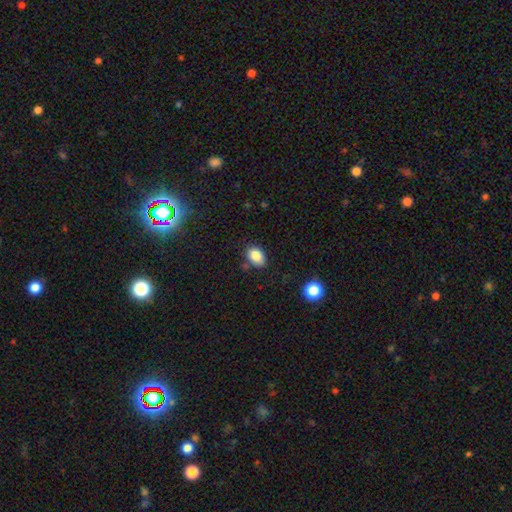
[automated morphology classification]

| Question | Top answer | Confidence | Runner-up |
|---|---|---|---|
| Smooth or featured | smooth | 86% | star or artifact (9%) |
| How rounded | in between | 84% | round (15%) |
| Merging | none | 76% | minor disturbance (16%) |